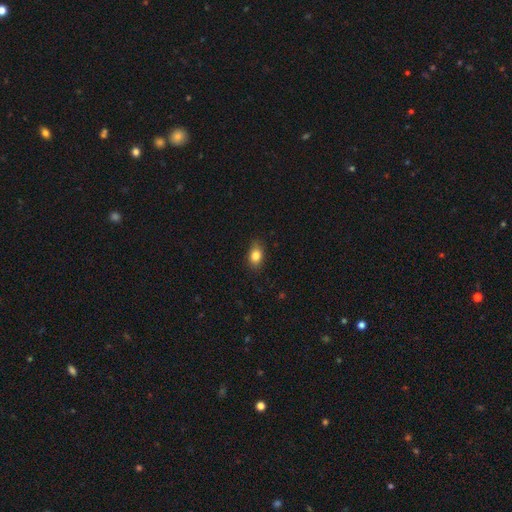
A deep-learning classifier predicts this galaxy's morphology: A smooth galaxy with no disk features (83%) that is in between round and cigar-shaped (78%).

Vote fractions:
- Smooth or featured? smooth: 83% / star or artifact: 9% / featured or disk: 9%
- How rounded? in between: 78% / round: 19% / cigar-shaped: 3%
- Merging? none: 81% / minor disturbance: 15% / major disturbance: 3% / merger: 1%